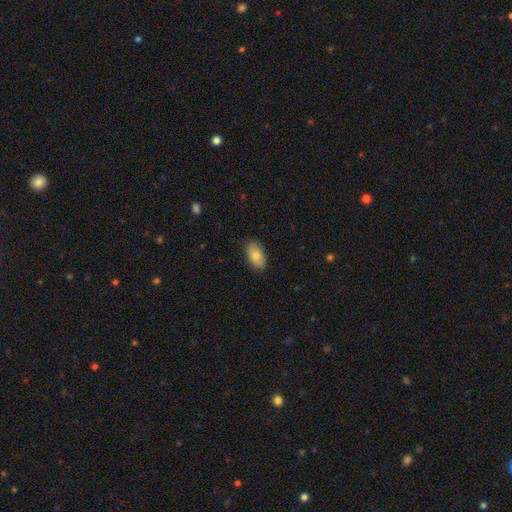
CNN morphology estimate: Smooth or featured: smooth — 82% (featured or disk — 11%)
How rounded: in between — 93% (round — 4%)
Merging: none — 83% (minor disturbance — 14%)